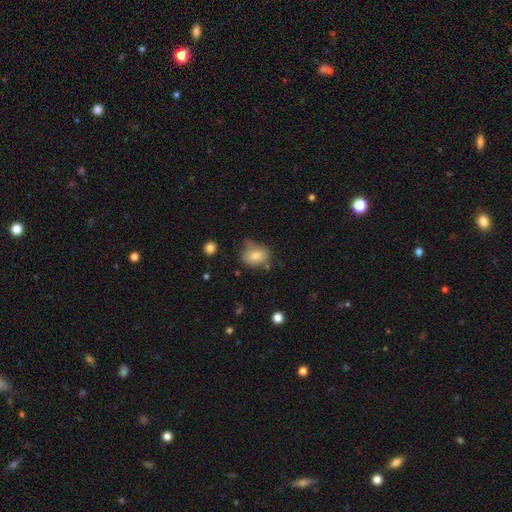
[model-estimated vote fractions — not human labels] A smooth galaxy with no disk features (73%) that is in between round and cigar-shaped (68%). Merging: none (51%).